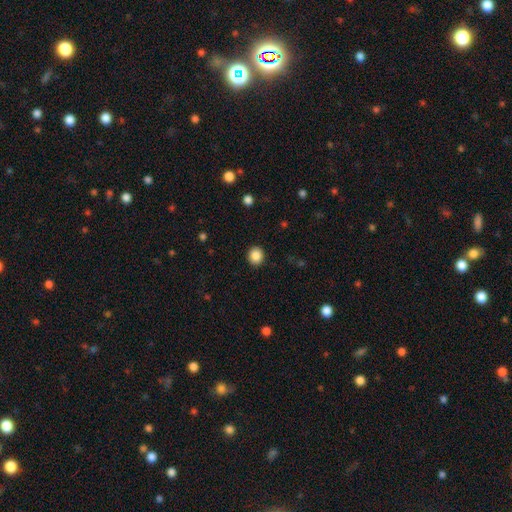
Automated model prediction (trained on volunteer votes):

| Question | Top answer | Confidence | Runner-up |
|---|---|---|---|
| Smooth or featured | smooth | 87% | star or artifact (10%) |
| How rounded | round | 83% | in between (16%) |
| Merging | none | 92% | minor disturbance (5%) |